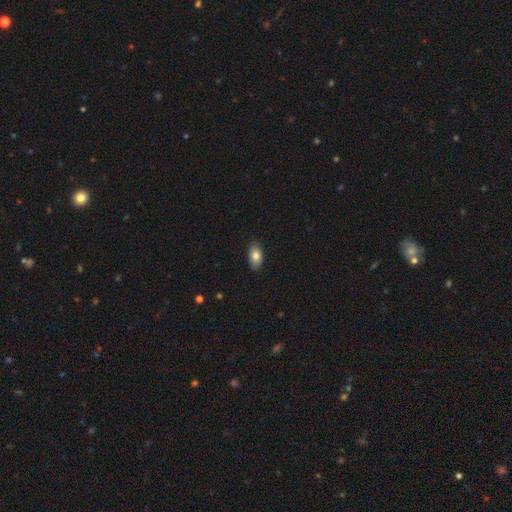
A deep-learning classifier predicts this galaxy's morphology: Smooth or featured? Predicted: smooth (p=0.82). How rounded? Predicted: in between (p=0.93). Merging? Predicted: none (p=0.86).